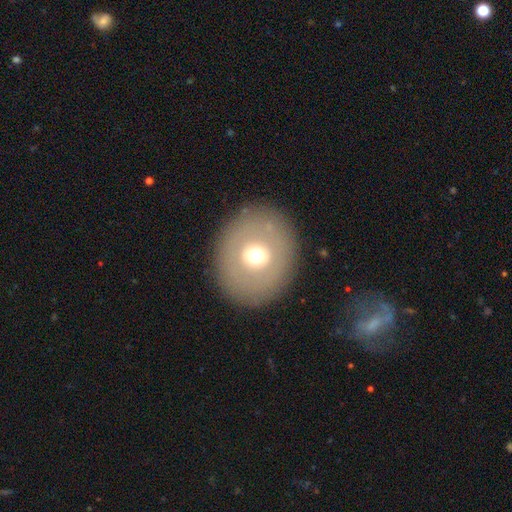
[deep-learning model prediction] This appears to be a smooth galaxy with no disk features (57%) that is round (80%). Merging: none (87%).